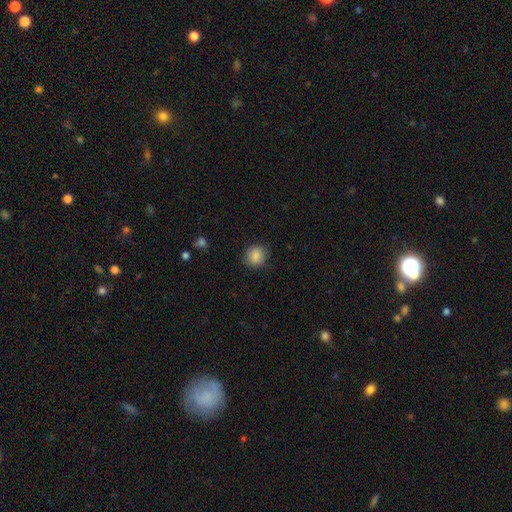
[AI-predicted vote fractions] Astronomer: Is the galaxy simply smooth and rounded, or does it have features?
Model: smooth — 87%.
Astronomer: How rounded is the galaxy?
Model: round — 83%.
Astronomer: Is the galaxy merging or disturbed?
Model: none — 85%.